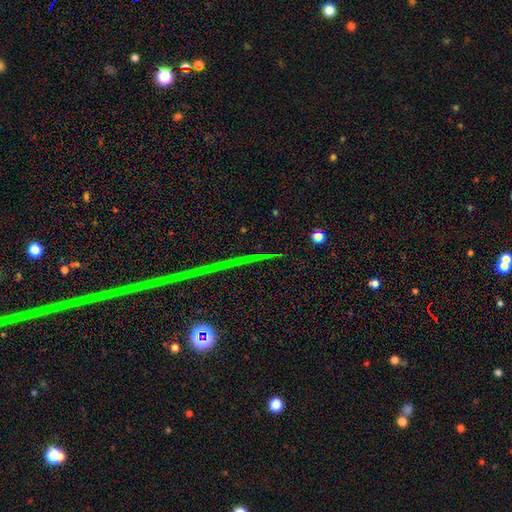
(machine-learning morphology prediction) Q: Smooth or featured?
A: star or artifact (76%); runner-up: featured or disk (15%)